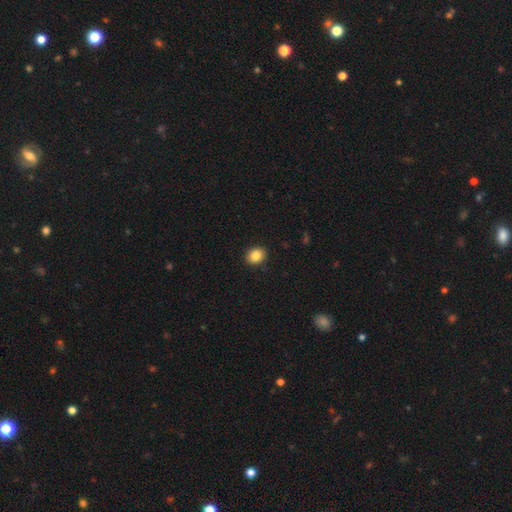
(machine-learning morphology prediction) The model was most divided on "how rounded": round: 57%, in between: 42%, cigar-shaped: 1%. More confident: merging — none (91%); smooth or featured — smooth (86%).